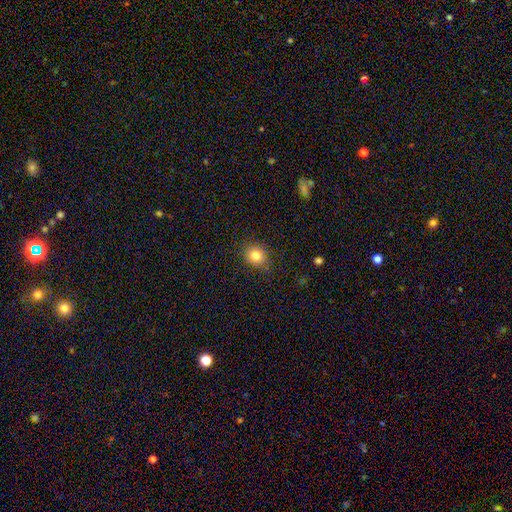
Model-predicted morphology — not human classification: Smooth or featured?
  - smooth: 82% *
  - star or artifact: 11%
  - featured or disk: 7%
How rounded?
  - round: 65% *
  - in between: 34%
  - cigar-shaped: 1%
Merging?
  - none: 85% *
  - minor disturbance: 11%
  - major disturbance: 3%
  - merger: 1%